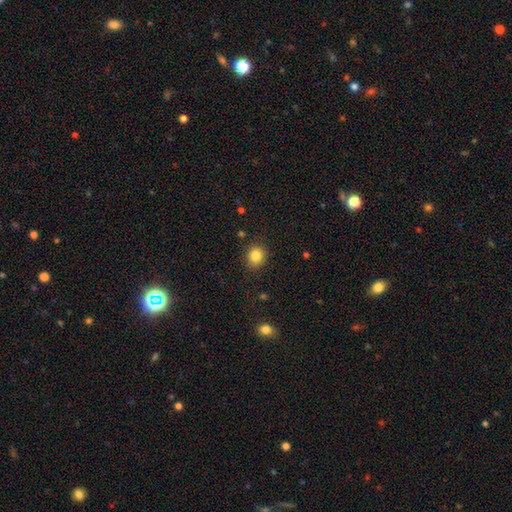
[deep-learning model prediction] smooth 84%, star or artifact 11%, featured or disk 6%. Down the decision tree: how rounded — round (75%); merging — none (87%).